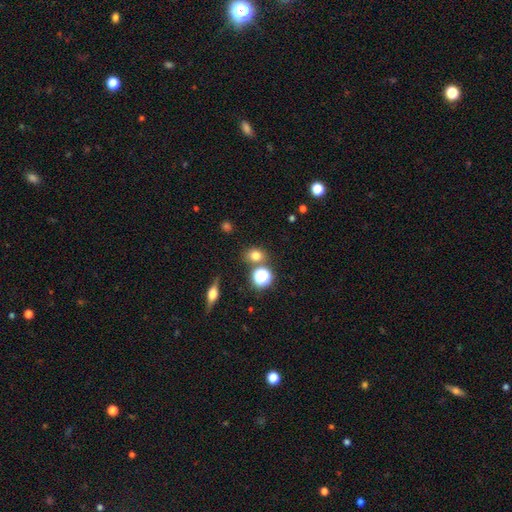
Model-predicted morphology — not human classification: Smooth or featured: smooth — 74% (star or artifact — 18%)
How rounded: round — 60% (in between — 38%)
Merging: none — 76% (minor disturbance — 10%)